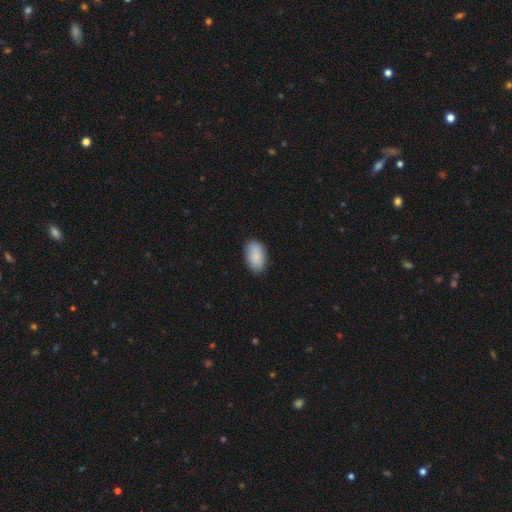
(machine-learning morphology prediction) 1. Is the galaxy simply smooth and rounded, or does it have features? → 88% smooth, 6% featured or disk, 6% star or artifact.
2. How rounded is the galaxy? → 94% in between, 4% round, 2% cigar-shaped.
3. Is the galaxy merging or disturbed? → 86% none, 11% minor disturbance, 2% major disturbance, 1% merger.